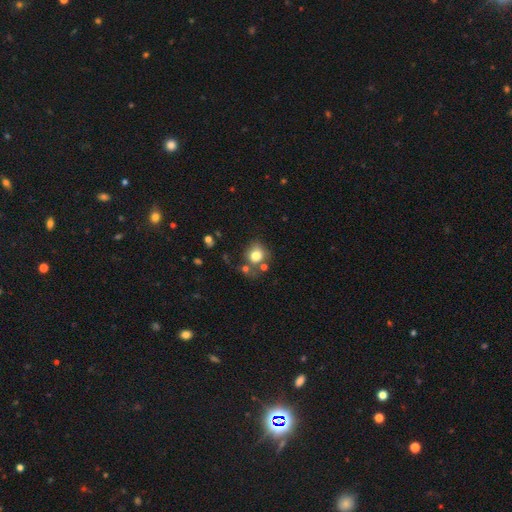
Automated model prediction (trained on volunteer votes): A smooth galaxy with no disk features (79%) that is round (76%).

Vote fractions:
- Smooth or featured? smooth: 79% / star or artifact: 11% / featured or disk: 10%
- How rounded? round: 76% / in between: 23% / cigar-shaped: 1%
- Merging? none: 57% / minor disturbance: 18% / merger: 16% / major disturbance: 9%